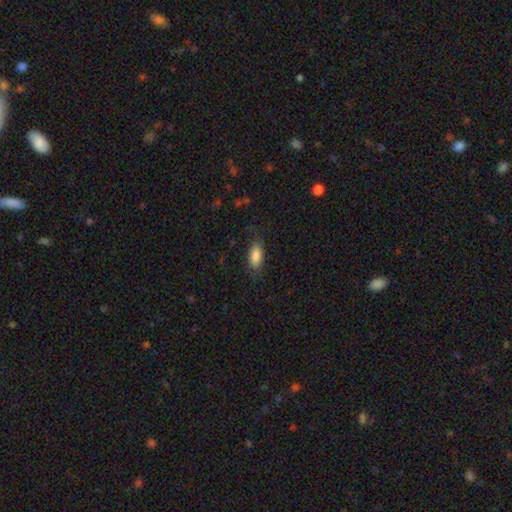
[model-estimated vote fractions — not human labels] A smooth galaxy with no disk features (86%) that is in between round and cigar-shaped (86%). Merging: none (77%).